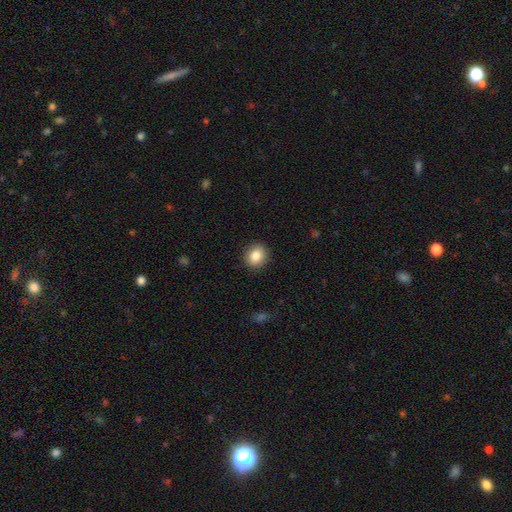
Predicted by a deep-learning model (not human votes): Overall: smooth (85%). How rounded: round (72%). Merging: none (90%).